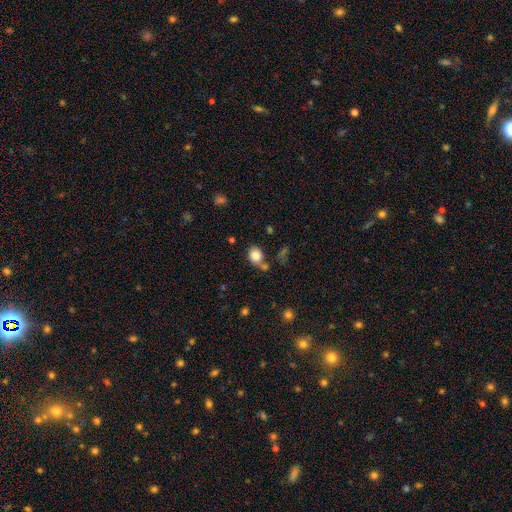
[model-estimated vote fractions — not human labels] Smooth or featured: smooth — 84% (star or artifact — 9%)
How rounded: round — 53% (in between — 45%)
Merging: none — 56% (merger — 20%)